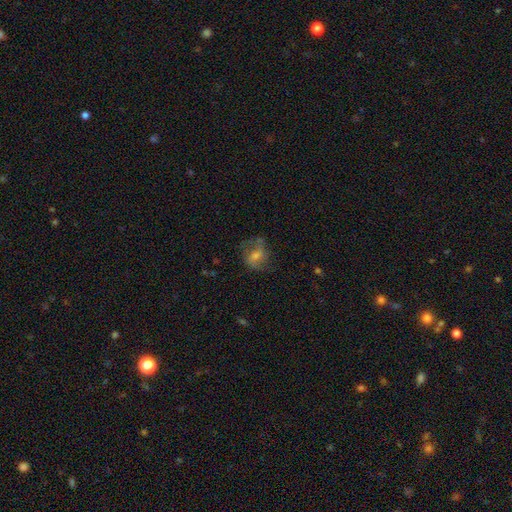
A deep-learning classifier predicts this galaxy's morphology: Overall: featured or disk (45%, tied with smooth). Merging: none (55%; minor disturbance 23%).